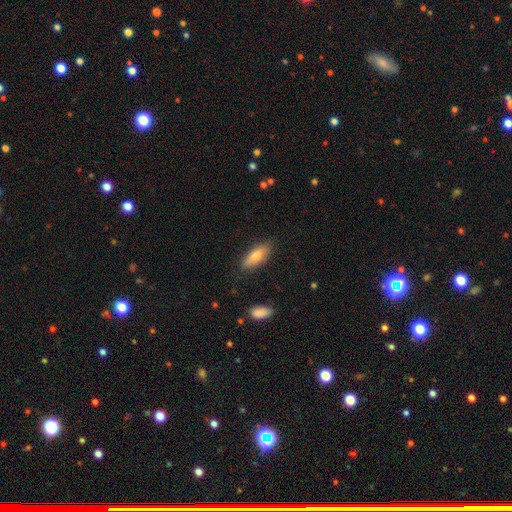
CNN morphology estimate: This is likely a smooth galaxy (78%). How rounded: likely in between (62%). Merging: clearly none (82%).